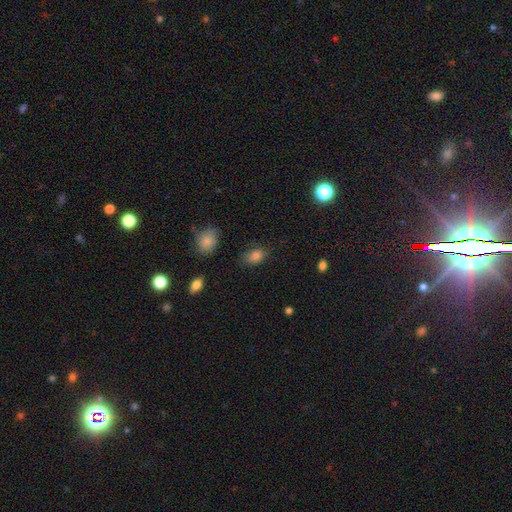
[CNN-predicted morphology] Smooth or featured? smooth (84%)
How rounded? in between (84%)
Merging? none (75%)